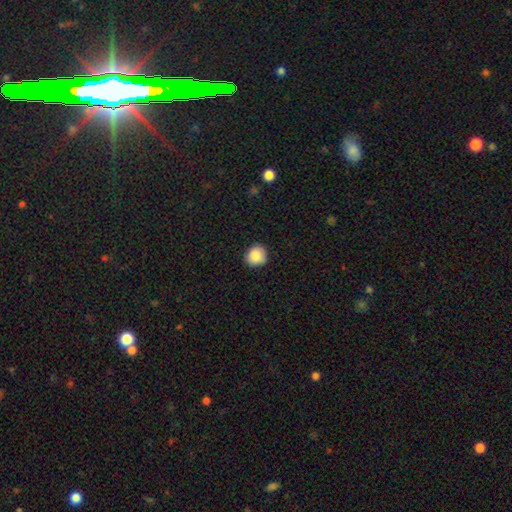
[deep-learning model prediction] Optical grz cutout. It shows a smooth galaxy with no disk features (86%) that is round (82%). Merging: none (86%).